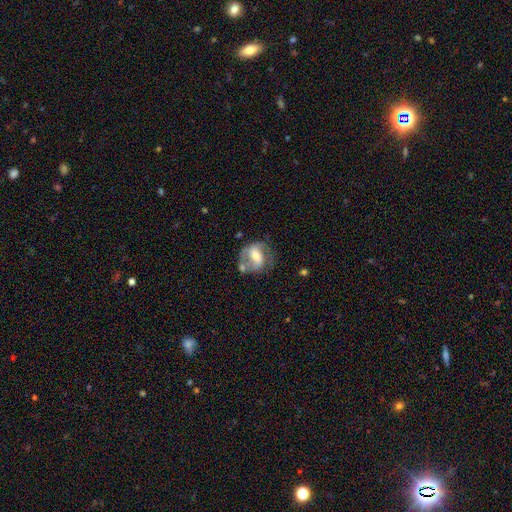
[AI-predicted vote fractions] This appears to be a featured or disk galaxy (68%) with a weak bar (38%), spiral arms (75%) and a moderate central bulge (59%). Merging: none (51%).